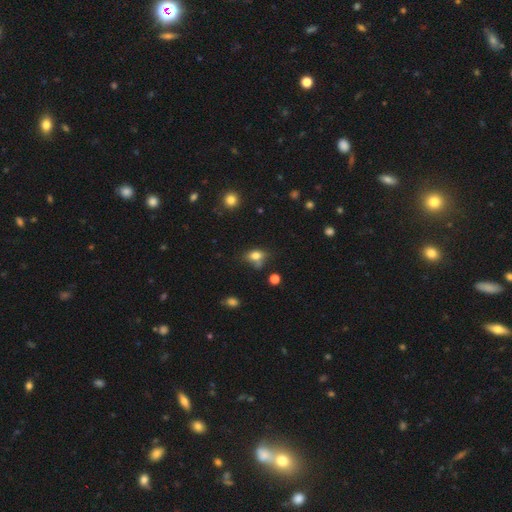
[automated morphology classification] This is likely a smooth galaxy (76%). How rounded: likely in between (69%). Merging: possibly none (51%).